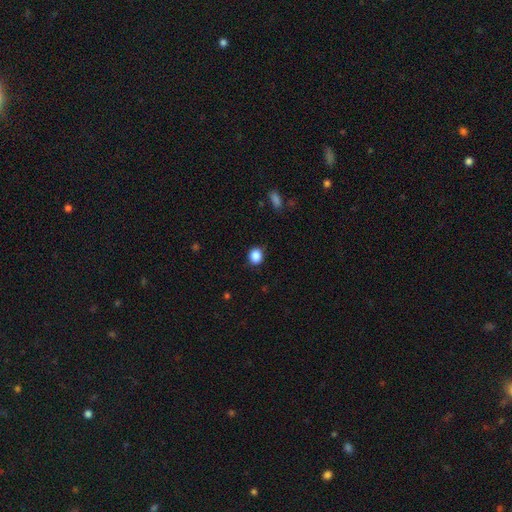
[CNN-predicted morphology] Smooth or featured: smooth — 88% (star or artifact — 9%)
How rounded: round — 65% (in between — 34%)
Merging: none — 84% (minor disturbance — 12%)